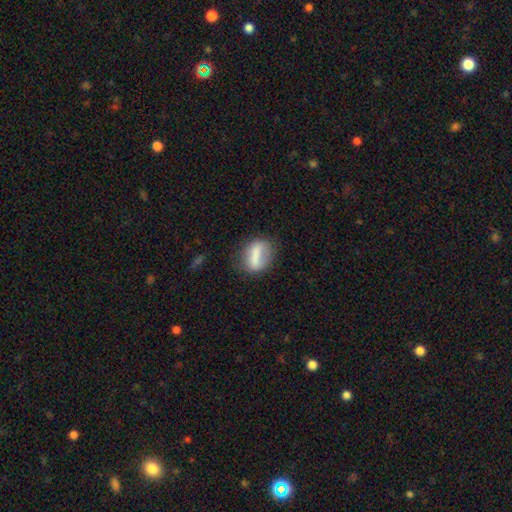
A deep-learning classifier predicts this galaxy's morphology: Overall: smooth (70%). How rounded: in between (63%; round 24%). Merging: none (62%).